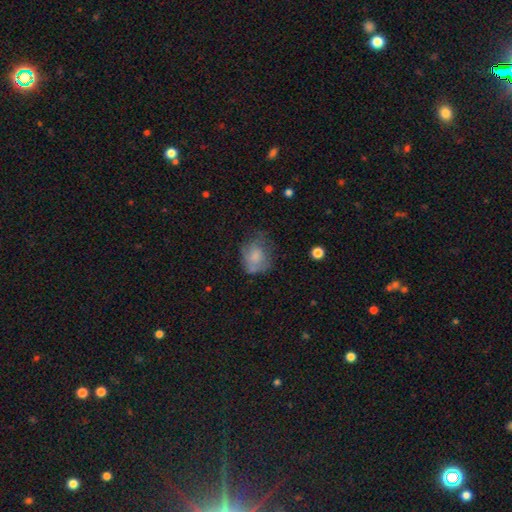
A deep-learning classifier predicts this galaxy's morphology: Smooth or featured?
  - smooth: 67% *
  - featured or disk: 24%
  - star or artifact: 9%
How rounded?
  - round: 52% *
  - in between: 47%
  - cigar-shaped: 1%
Merging?
  - none: 40% *
  - minor disturbance: 32%
  - major disturbance: 24%
  - merger: 4%